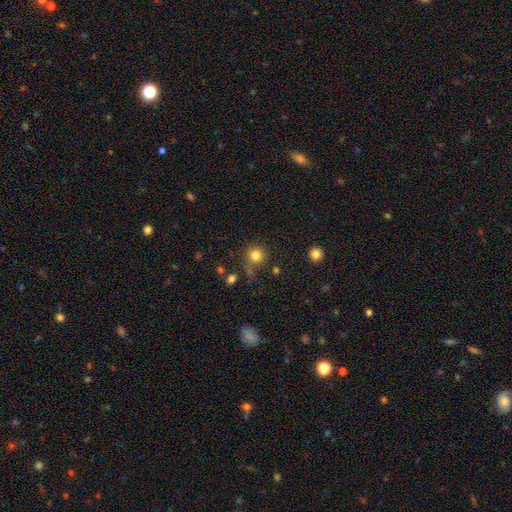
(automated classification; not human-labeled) Q: Smooth or featured?
A: smooth (81%); runner-up: star or artifact (13%)
Q: How rounded?
A: round (92%); runner-up: in between (7%)
Q: Merging?
A: none (74%); runner-up: minor disturbance (13%)